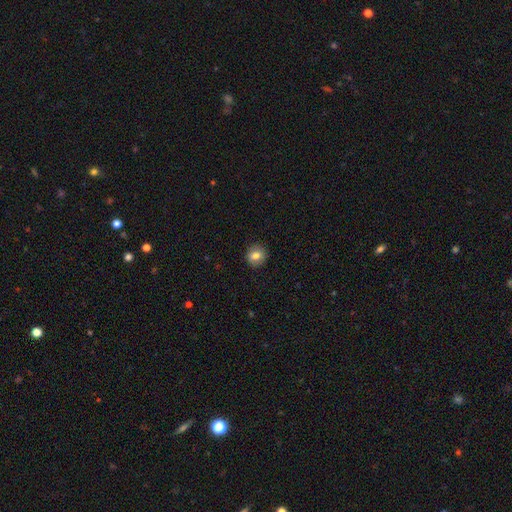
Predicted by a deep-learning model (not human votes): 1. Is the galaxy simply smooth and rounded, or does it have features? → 79% smooth, 12% featured or disk, 10% star or artifact.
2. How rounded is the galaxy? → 89% round, 10% in between, 1% cigar-shaped.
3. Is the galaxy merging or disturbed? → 91% none, 7% minor disturbance, 2% major disturbance, 1% merger.